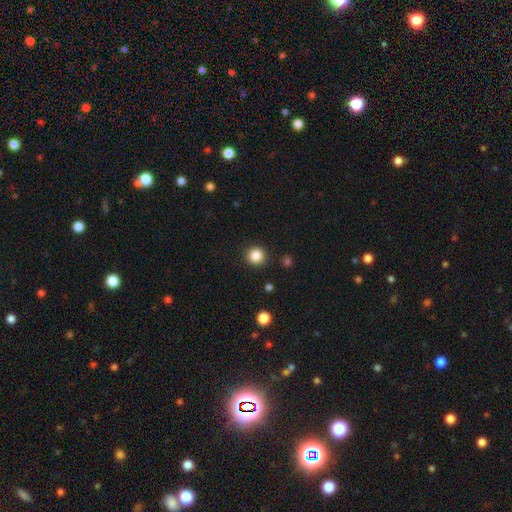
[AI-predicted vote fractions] A smooth galaxy with no disk features (85%) that is round (92%). Merging: none (91%).